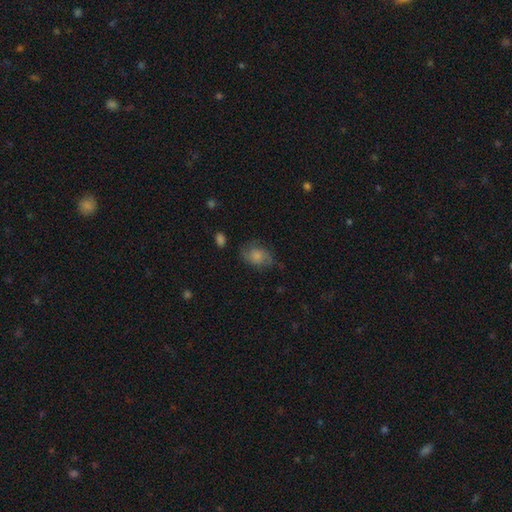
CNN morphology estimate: type=smooth (45%); merging=none (66%).